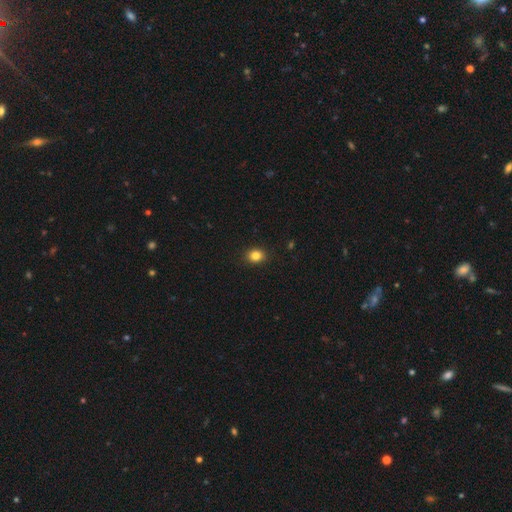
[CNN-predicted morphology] Smooth or featured?
  - smooth: 84% *
  - star or artifact: 11%
  - featured or disk: 5%
How rounded?
  - round: 58% *
  - in between: 41%
  - cigar-shaped: 1%
Merging?
  - none: 91% *
  - minor disturbance: 7%
  - major disturbance: 2%
  - merger: 1%